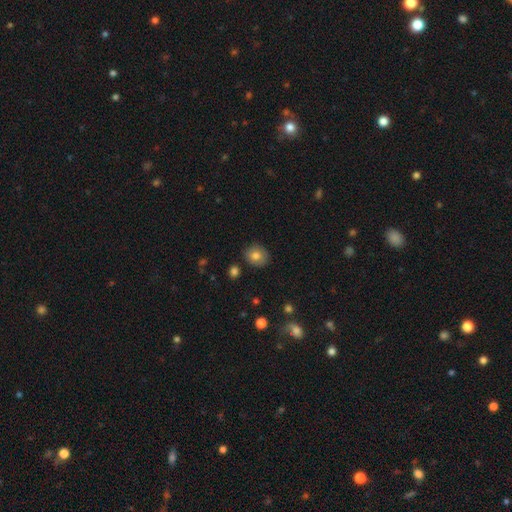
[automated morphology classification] This is likely a smooth galaxy (79%). How rounded: likely round (70%). Merging: clearly none (86%).